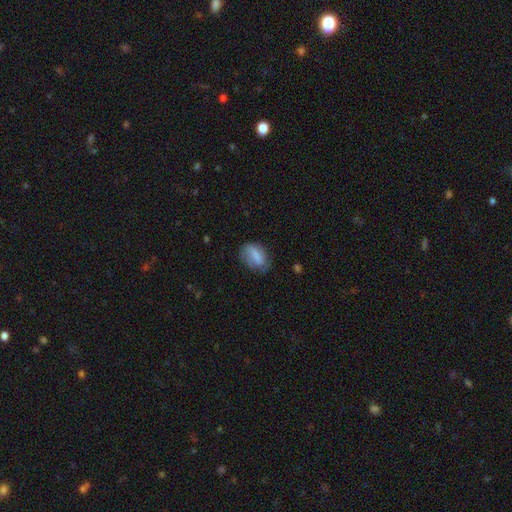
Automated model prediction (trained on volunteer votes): Smooth or featured? Predicted: smooth (p=0.68). How rounded? Predicted: in between (p=0.81). Merging? Predicted: none (p=0.59).